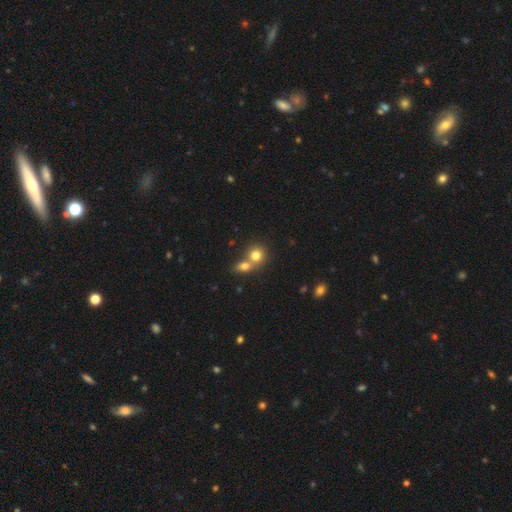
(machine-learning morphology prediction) Q: Smooth or featured?
A: smooth (77%); runner-up: featured or disk (12%)
Q: How rounded?
A: round (78%); runner-up: in between (20%)
Q: Merging?
A: merger (58%); runner-up: none (34%)